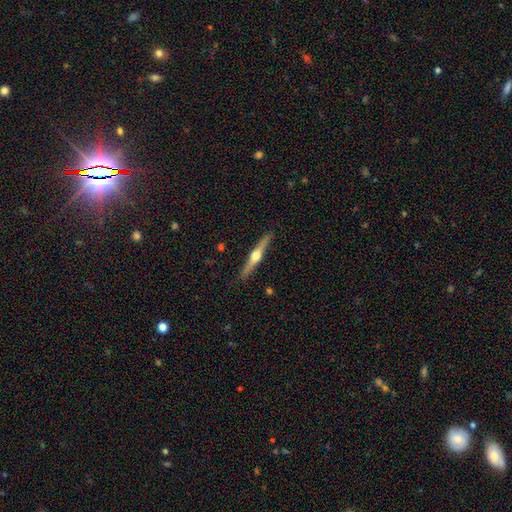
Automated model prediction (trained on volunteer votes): smooth_or_featured: featured or disk (p=0.75) [alt: smooth p=0.20]
disk_edge_on: yes (p=0.98) [alt: no p=0.02]
edge_on_bulge: rounded (p=0.96) [alt: boxy p=0.02]
merging: none (p=0.90) [alt: minor disturbance p=0.07]